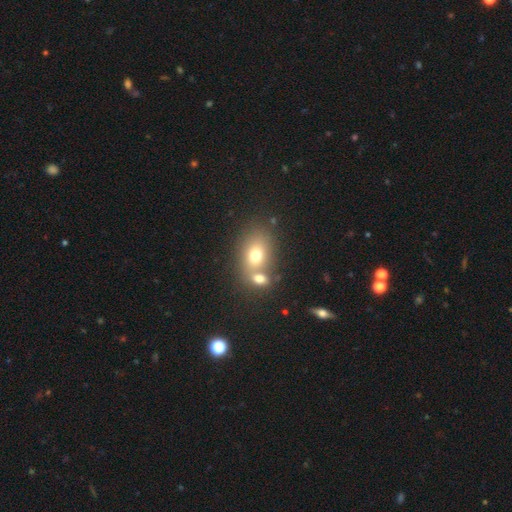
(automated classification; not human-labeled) Smooth or featured: smooth — 71% (featured or disk — 17%)
How rounded: in between — 69% (round — 30%)
Merging: merger — 49% (none — 38%)